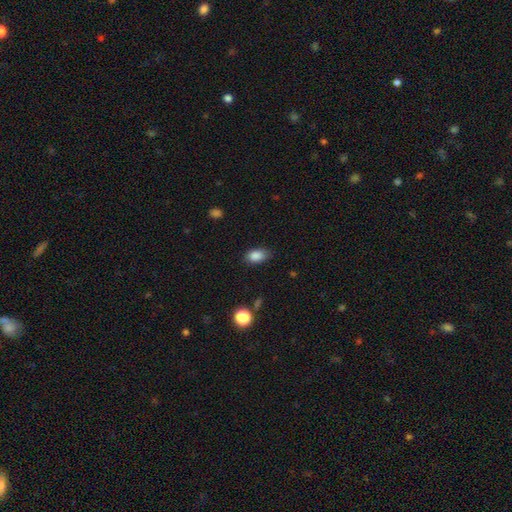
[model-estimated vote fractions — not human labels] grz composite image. It shows a smooth galaxy with no disk features (86%) that is in between round and cigar-shaped (88%). Merging: none (76%).